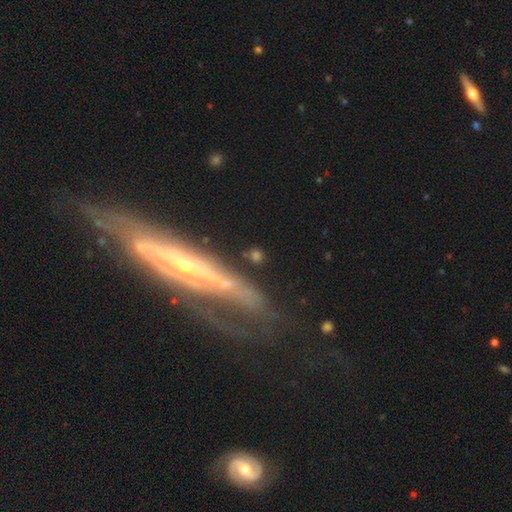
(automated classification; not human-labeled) smooth 47%, featured or disk 35%, star or artifact 18%. Down the decision tree: merging — none (68%).